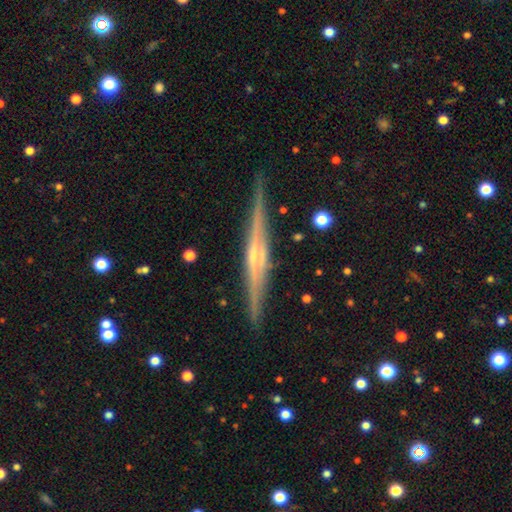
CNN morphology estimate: Q: Smooth or featured?
A: featured or disk (81%); runner-up: smooth (13%)
Q: Edge-on disk?
A: yes (98%); runner-up: no (2%)
Q: Edge-on bulge?
A: rounded (54%); runner-up: none (26%)
Q: Merging?
A: none (90%); runner-up: minor disturbance (8%)